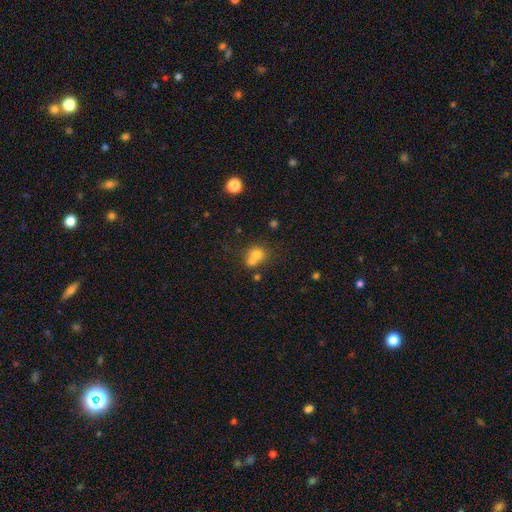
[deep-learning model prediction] Smooth or featured? smooth (72%)
How rounded? round (74%)
Merging? merger (55%)